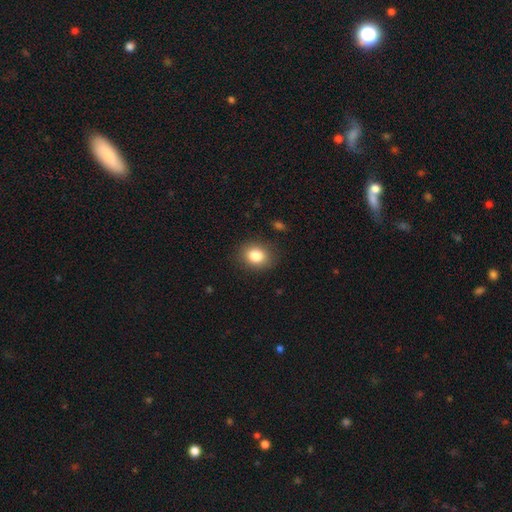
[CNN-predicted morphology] A smooth galaxy with no disk features (83%) that is round (53%).

Vote fractions:
- Smooth or featured? smooth: 83% / star or artifact: 10% / featured or disk: 7%
- How rounded? round: 53% / in between: 46% / cigar-shaped: 1%
- Merging? none: 87% / minor disturbance: 9% / major disturbance: 3% / merger: 1%